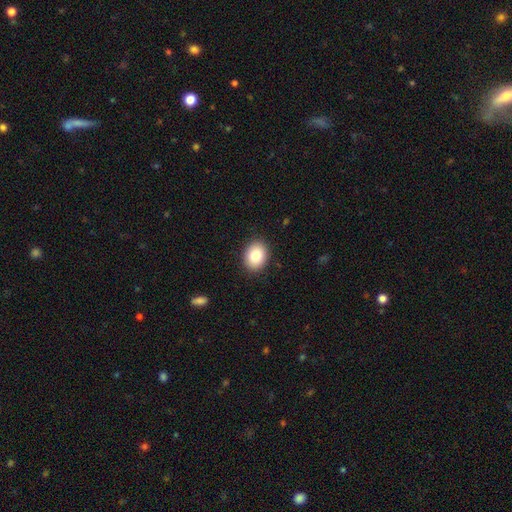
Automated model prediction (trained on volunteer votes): Overall: smooth (84%). How rounded: in between (61%; round 39%). Merging: none (90%).